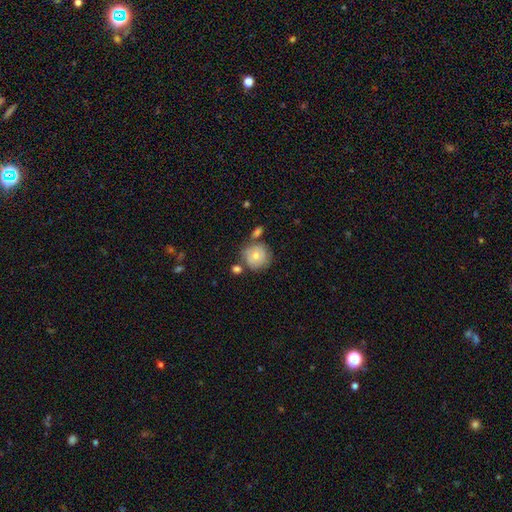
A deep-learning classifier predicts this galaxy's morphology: smooth-or-featured: smooth: 65% | featured or disk: 27% | star or artifact: 8%
  how-rounded: round: 89% | in between: 11% | cigar-shaped: 1%
  merging: none: 58% | minor disturbance: 19% | merger: 17% | major disturbance: 6%